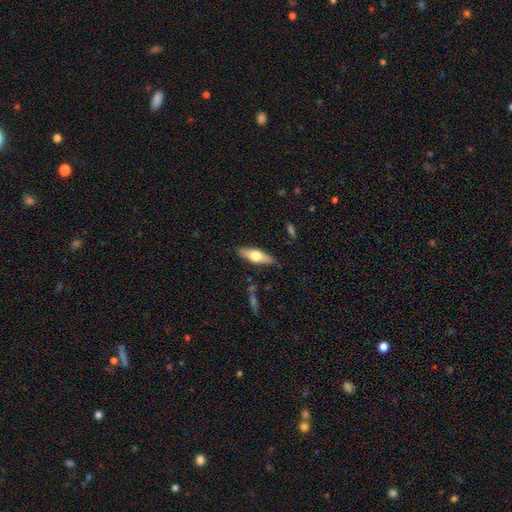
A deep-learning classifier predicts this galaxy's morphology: Overall: smooth (56%; featured or disk 38%). How rounded: in between (58%; cigar-shaped 39%). Merging: none (85%).